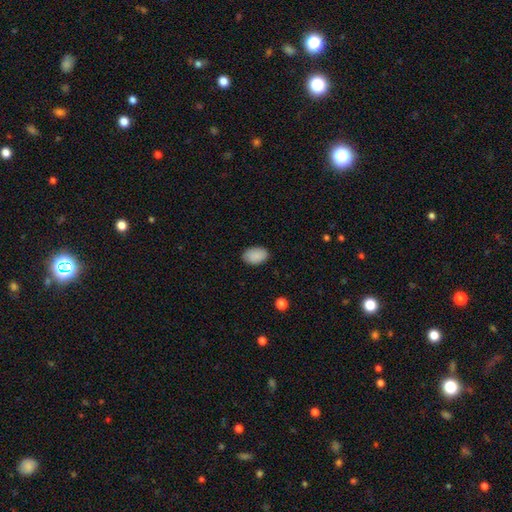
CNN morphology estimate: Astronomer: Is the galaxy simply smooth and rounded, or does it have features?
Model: smooth — 90%.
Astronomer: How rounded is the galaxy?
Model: in between — 89%.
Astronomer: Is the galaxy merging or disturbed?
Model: none — 87%.